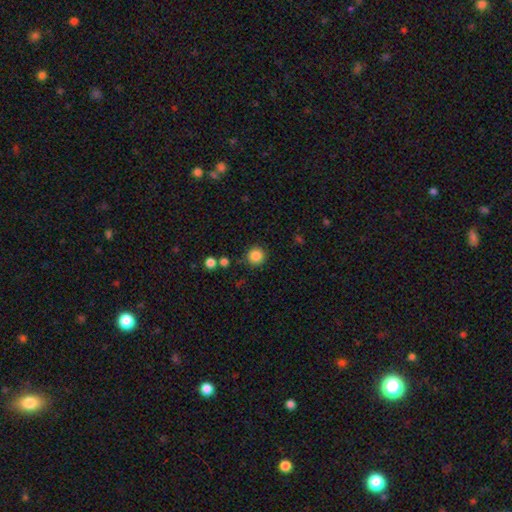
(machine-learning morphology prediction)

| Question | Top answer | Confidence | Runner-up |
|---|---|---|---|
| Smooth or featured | smooth | 86% | star or artifact (10%) |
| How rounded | round | 94% | in between (5%) |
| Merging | none | 87% | minor disturbance (7%) |